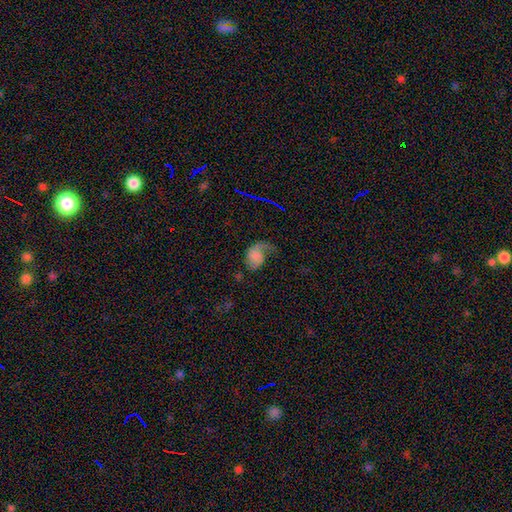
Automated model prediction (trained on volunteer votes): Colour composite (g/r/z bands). It shows a featured or disk galaxy (51%). Merging: major disturbance (42%).